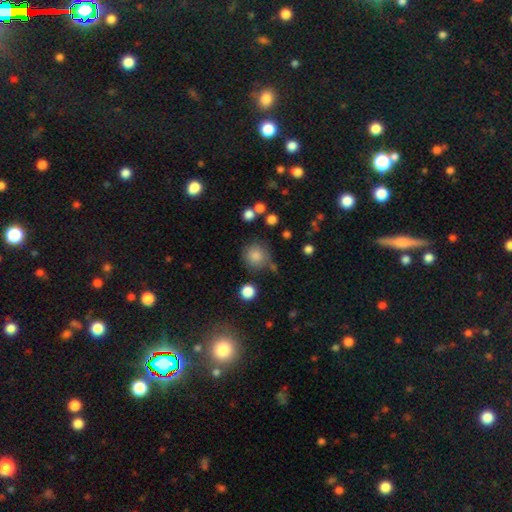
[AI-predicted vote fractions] Smooth or featured: smooth — 83% (star or artifact — 10%)
How rounded: round — 90% (in between — 9%)
Merging: none — 67% (minor disturbance — 18%)